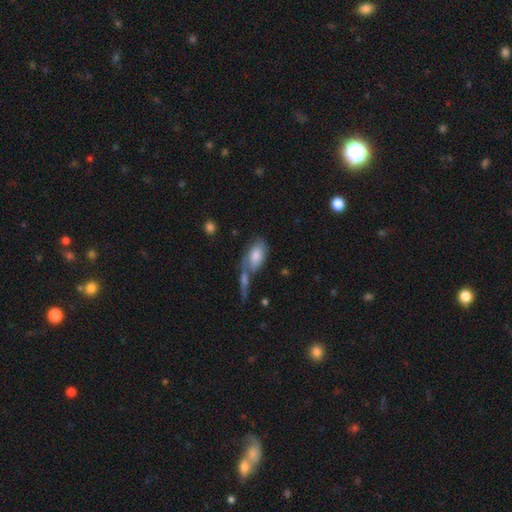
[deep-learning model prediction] Smooth or featured? Predicted: smooth (p=0.76). How rounded? Predicted: in between (p=0.91). Merging? Predicted: merger (p=0.39).